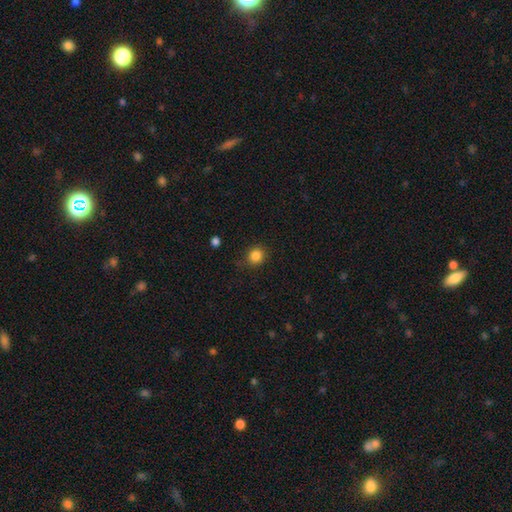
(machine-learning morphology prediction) A smooth galaxy with no disk features (85%) that is round (87%). Merging: none (84%).